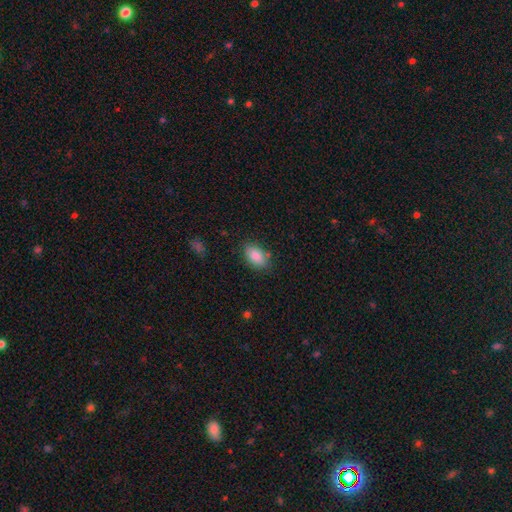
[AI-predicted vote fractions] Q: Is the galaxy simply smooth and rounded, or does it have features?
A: smooth — 88%.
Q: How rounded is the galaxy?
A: in between — 91%.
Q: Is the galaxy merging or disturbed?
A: none — 80%.